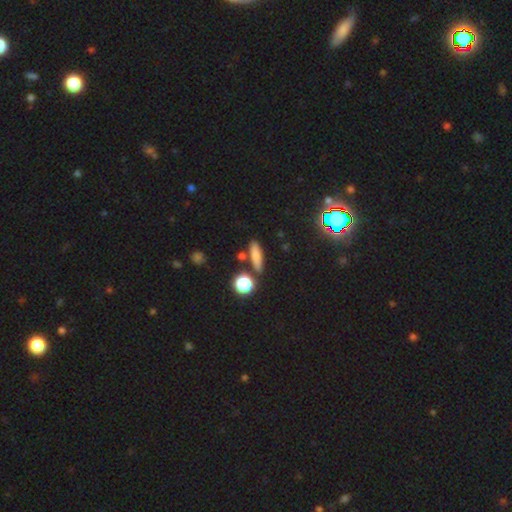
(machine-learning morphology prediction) Smooth or featured? Predicted: smooth (p=0.74). How rounded? Predicted: cigar-shaped (p=0.61). Merging? Predicted: none (p=0.80).